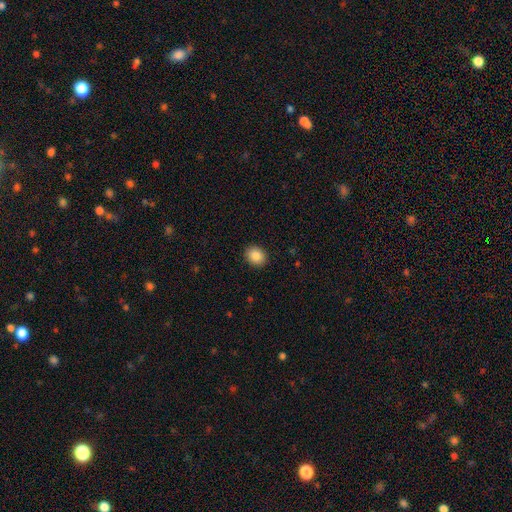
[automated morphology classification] Smooth or featured? Predicted: smooth (p=0.87). How rounded? Predicted: round (p=0.52). Merging? Predicted: none (p=0.91).